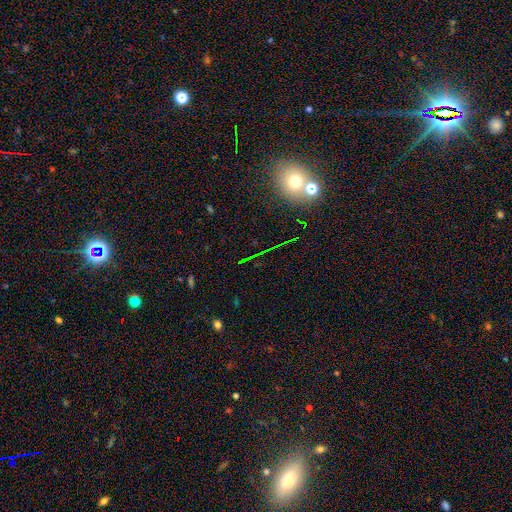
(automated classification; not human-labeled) Smooth or featured: star or artifact — 57% (smooth — 26%)